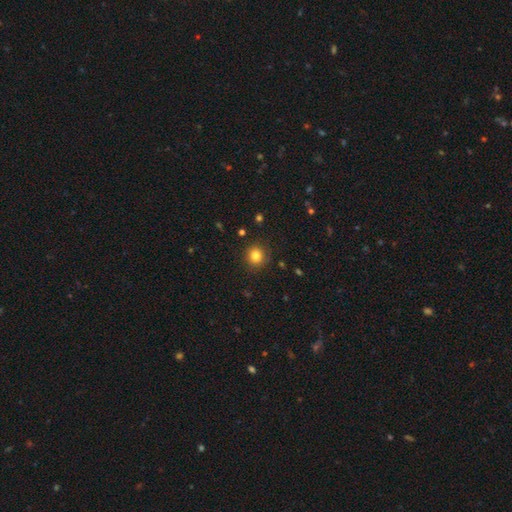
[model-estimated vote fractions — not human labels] smooth-or-featured: smooth: 82% | star or artifact: 12% | featured or disk: 6%
  how-rounded: round: 90% | in between: 9% | cigar-shaped: 1%
  merging: none: 88% | minor disturbance: 8% | major disturbance: 3% | merger: 1%